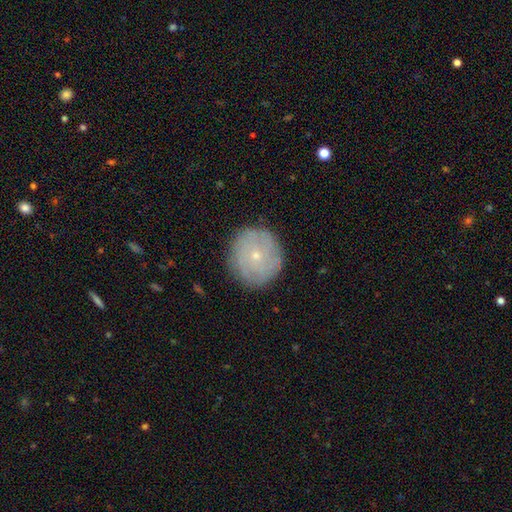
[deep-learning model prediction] A featured or disk galaxy (46%).

Vote fractions:
- Smooth or featured? featured or disk: 46% / smooth: 45% / star or artifact: 9%
- Merging? none: 86% / minor disturbance: 10% / major disturbance: 3% / merger: 1%